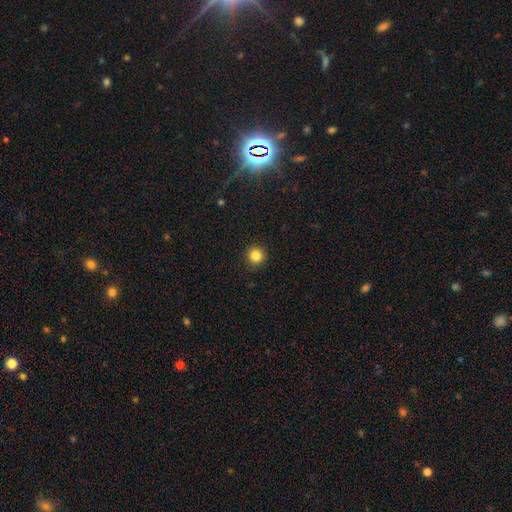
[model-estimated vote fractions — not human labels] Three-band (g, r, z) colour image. It shows a smooth galaxy with no disk features (84%) that is round (95%). Merging: none (93%).